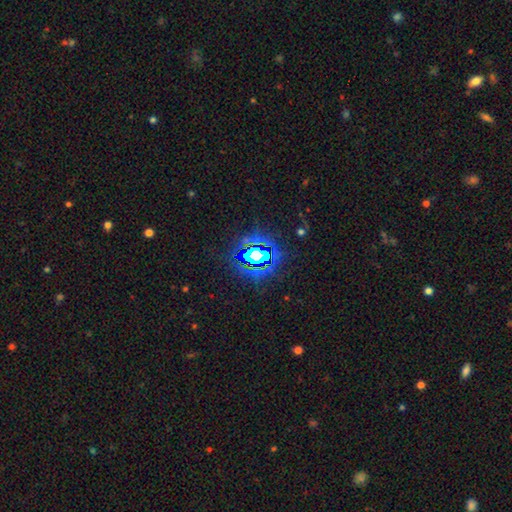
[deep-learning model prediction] smooth_or_featured: star or artifact (p=0.76) [alt: smooth p=0.13]